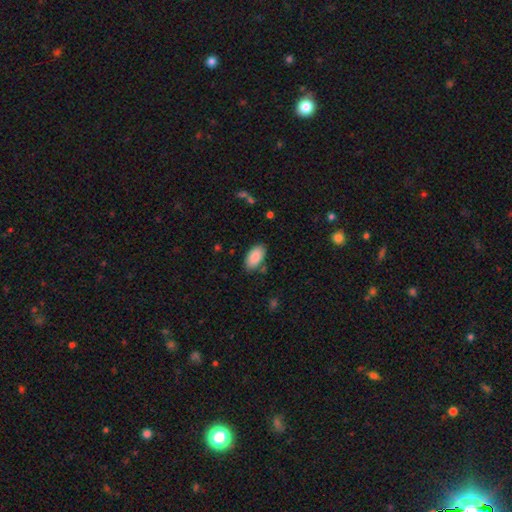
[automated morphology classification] Smooth or featured?
  - smooth: 89% *
  - star or artifact: 6%
  - featured or disk: 5%
How rounded?
  - in between: 95% *
  - round: 3%
  - cigar-shaped: 2%
Merging?
  - none: 81% *
  - minor disturbance: 13%
  - merger: 3%
  - major disturbance: 3%